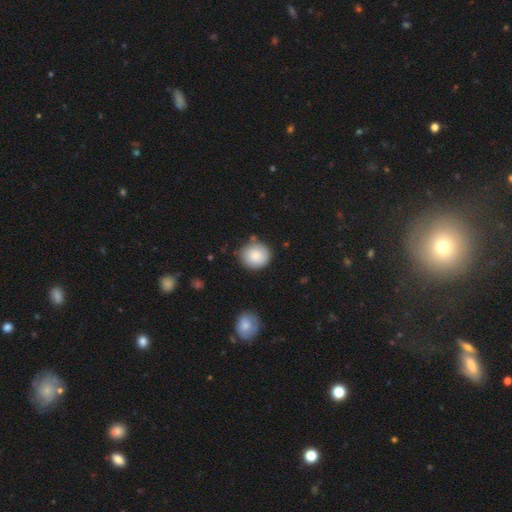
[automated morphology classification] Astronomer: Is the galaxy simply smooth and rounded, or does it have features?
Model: smooth — 86%.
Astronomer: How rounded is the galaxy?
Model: round — 85%.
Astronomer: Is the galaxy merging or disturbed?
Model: none — 80%.